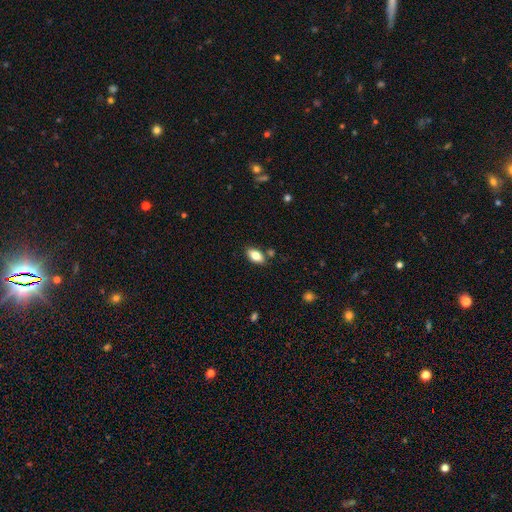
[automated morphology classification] Smooth or featured? smooth (80%)
How rounded? in between (91%)
Merging? none (82%)